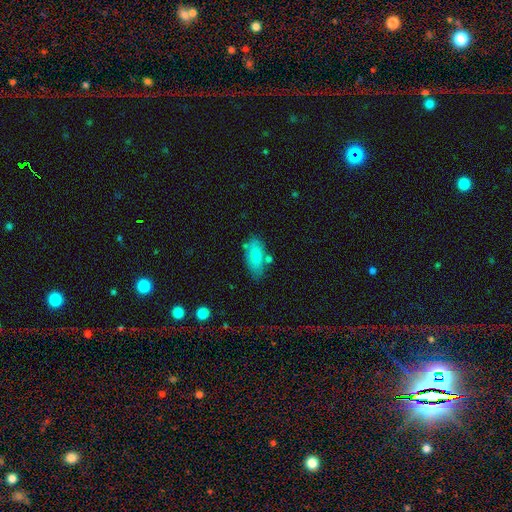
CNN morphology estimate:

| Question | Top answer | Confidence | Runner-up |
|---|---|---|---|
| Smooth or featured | smooth | 76% | featured or disk (17%) |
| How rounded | in between | 87% | cigar-shaped (10%) |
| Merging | none | 72% | minor disturbance (16%) |